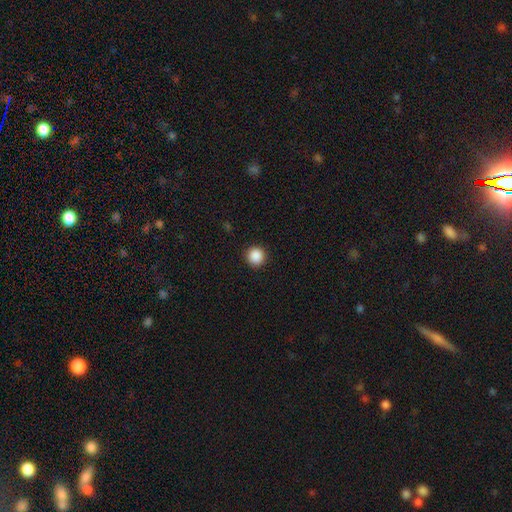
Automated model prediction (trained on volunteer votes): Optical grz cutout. It shows a smooth galaxy with no disk features (88%) that is round (95%). Merging: none (92%).